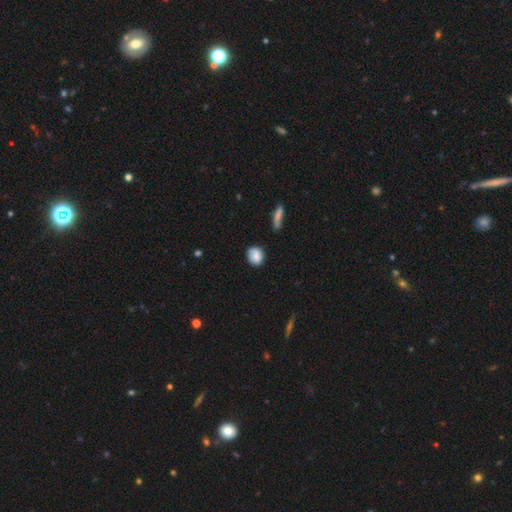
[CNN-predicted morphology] Smooth or featured? smooth (80%)
How rounded? round (61%)
Merging? none (74%)